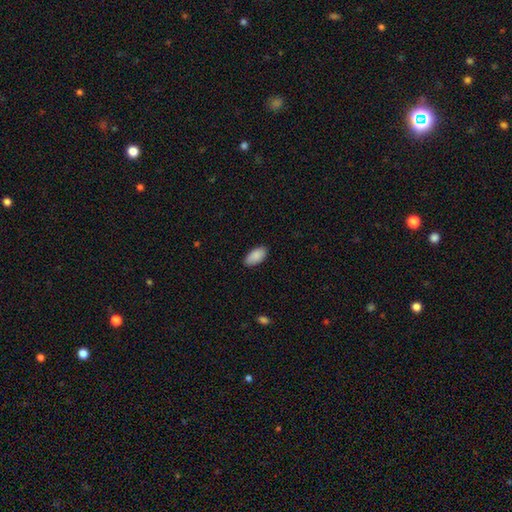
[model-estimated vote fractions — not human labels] Smooth or featured? Predicted: smooth (p=0.90). How rounded? Predicted: in between (p=0.95). Merging? Predicted: none (p=0.88).